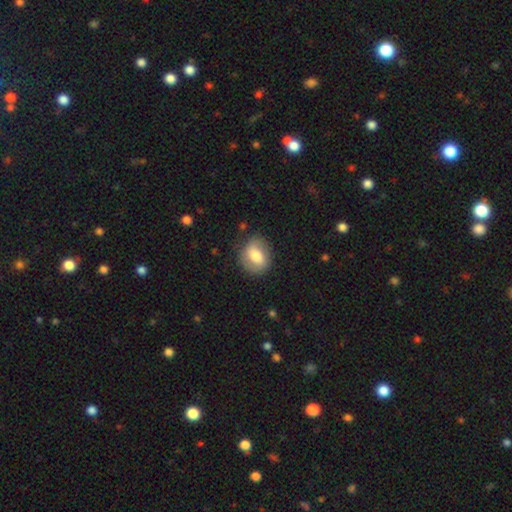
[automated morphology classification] The model was most divided on "how rounded": round: 54%, in between: 45%, cigar-shaped: 2%. More confident: merging — none (79%); smooth or featured — smooth (57%).